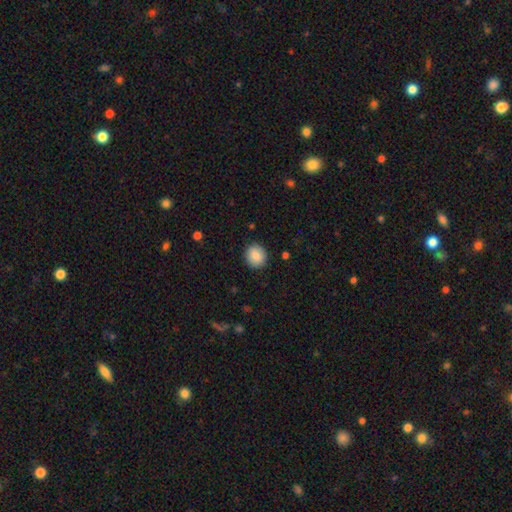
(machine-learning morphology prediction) This is clearly a smooth galaxy (87%). How rounded: clearly round (84%). Merging: clearly none (89%).